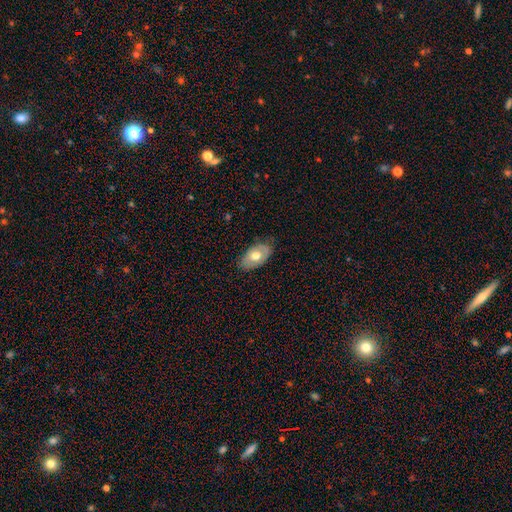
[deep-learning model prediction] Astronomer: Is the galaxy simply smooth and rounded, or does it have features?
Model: smooth — 57% (runner-up: featured or disk, 37%).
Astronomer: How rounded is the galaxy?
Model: in between — 92%.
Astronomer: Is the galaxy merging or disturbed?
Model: none — 77%.